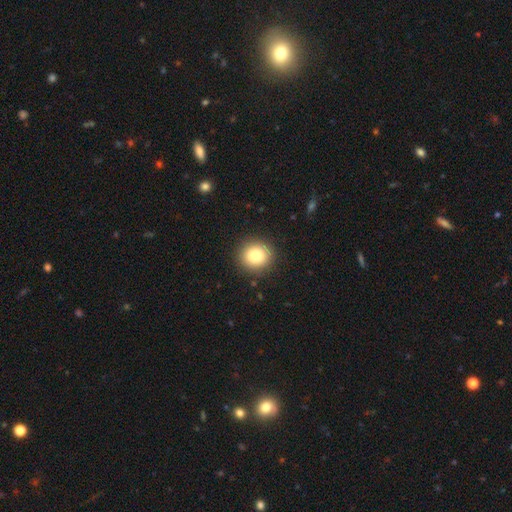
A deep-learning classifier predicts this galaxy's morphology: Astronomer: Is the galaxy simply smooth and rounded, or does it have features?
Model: smooth — 81%.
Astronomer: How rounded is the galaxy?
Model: round — 87%.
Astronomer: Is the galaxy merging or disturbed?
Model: none — 90%.